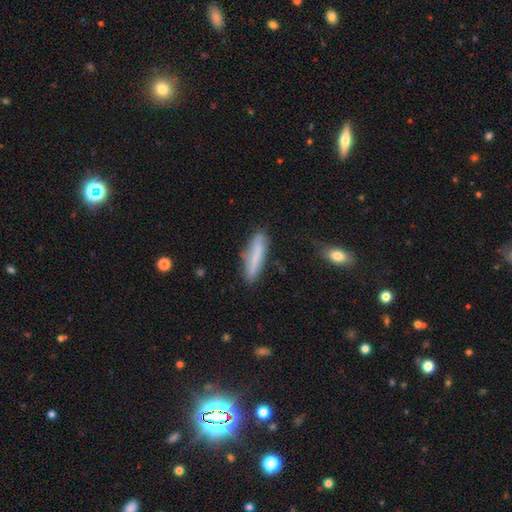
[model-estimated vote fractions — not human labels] This appears to be a smooth galaxy with no disk features (72%) that is cigar-shaped (81%). Merging: none (79%).